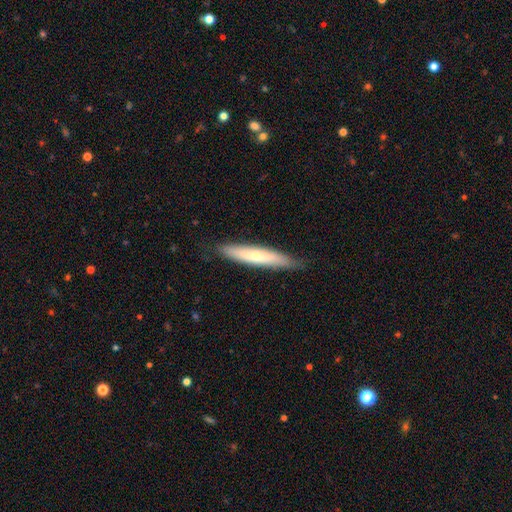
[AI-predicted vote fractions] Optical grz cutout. It shows a smooth galaxy with no disk features (59%) that is cigar-shaped (89%). Merging: none (85%).